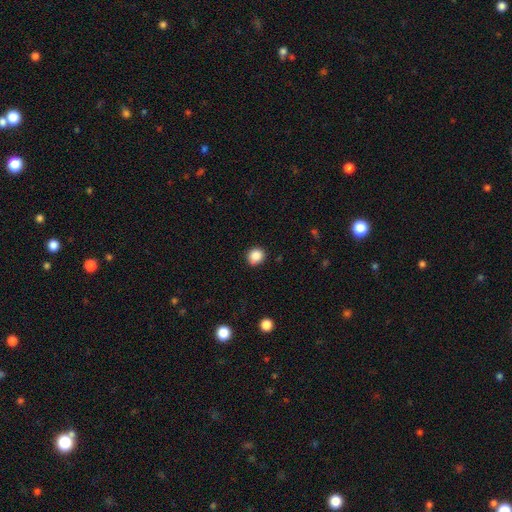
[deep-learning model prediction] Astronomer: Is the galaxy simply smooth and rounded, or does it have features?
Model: smooth — 87%.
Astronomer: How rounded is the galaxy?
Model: round — 83%.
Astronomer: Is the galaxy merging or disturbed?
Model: none — 88%.